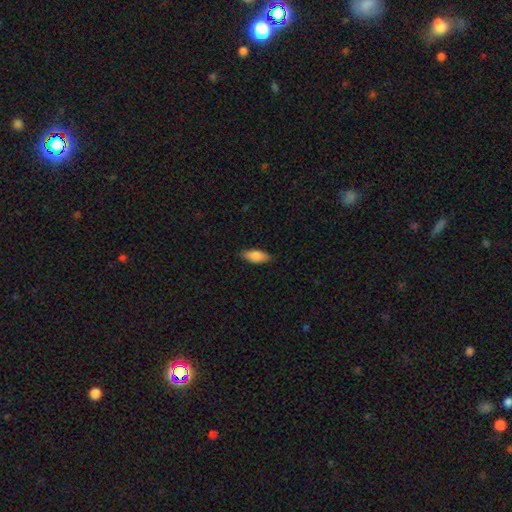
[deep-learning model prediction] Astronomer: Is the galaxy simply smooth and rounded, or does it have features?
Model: smooth — 84%.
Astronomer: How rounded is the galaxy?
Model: in between — 79%.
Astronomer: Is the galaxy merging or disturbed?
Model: none — 87%.